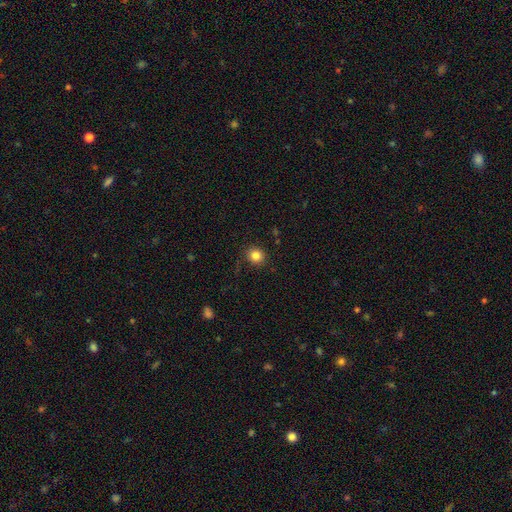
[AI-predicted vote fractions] Smooth or featured?
  - smooth: 83% *
  - star or artifact: 12%
  - featured or disk: 5%
How rounded?
  - round: 89% *
  - in between: 10%
  - cigar-shaped: 1%
Merging?
  - none: 88% *
  - minor disturbance: 8%
  - major disturbance: 3%
  - merger: 1%